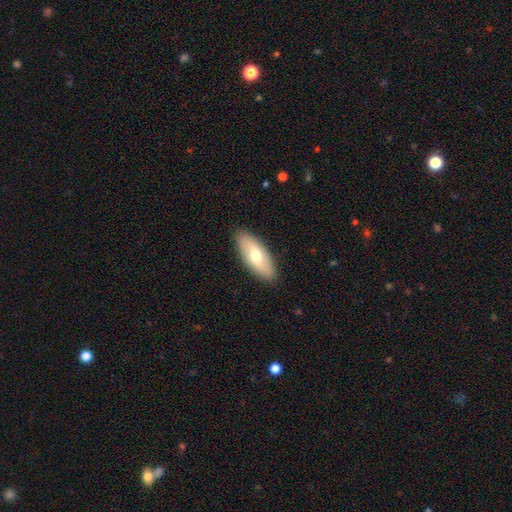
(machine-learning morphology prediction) This appears to be a smooth galaxy with no disk features (61%) that is in between round and cigar-shaped (80%). Merging: none (89%).